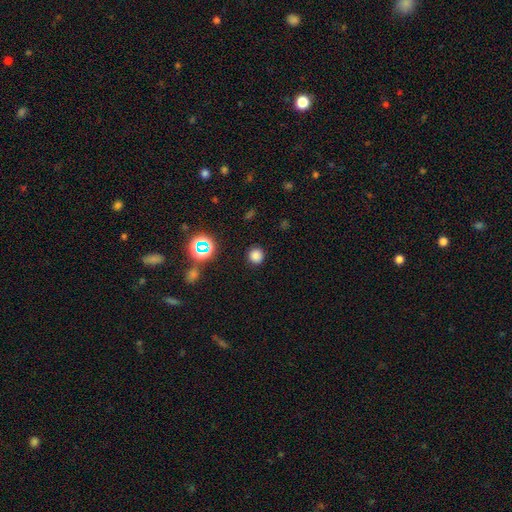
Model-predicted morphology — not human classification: smooth_or_featured: smooth (p=0.78) [alt: star or artifact p=0.17]
how_rounded: round (p=0.92) [alt: in between p=0.07]
merging: none (p=0.90) [alt: minor disturbance p=0.06]